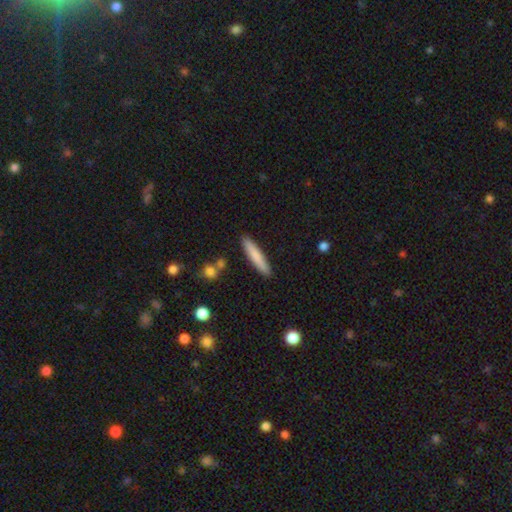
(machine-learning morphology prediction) smooth 77%, featured or disk 17%, star or artifact 6%. Down the decision tree: how rounded — cigar-shaped (91%); merging — none (89%).